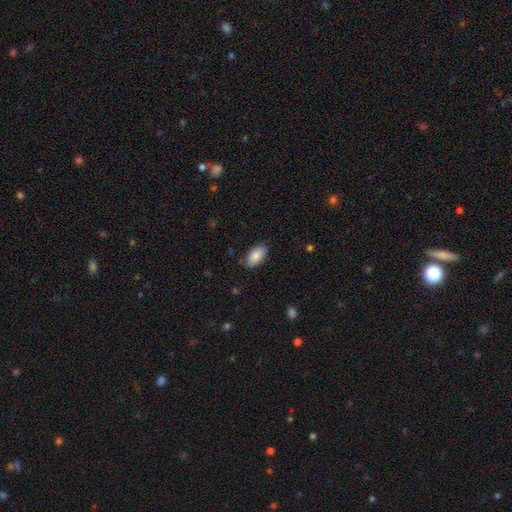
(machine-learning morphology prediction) smooth_or_featured: smooth (p=0.86) [alt: featured or disk p=0.08]
how_rounded: in between (p=0.94) [alt: cigar-shaped p=0.03]
merging: none (p=0.83) [alt: minor disturbance p=0.13]